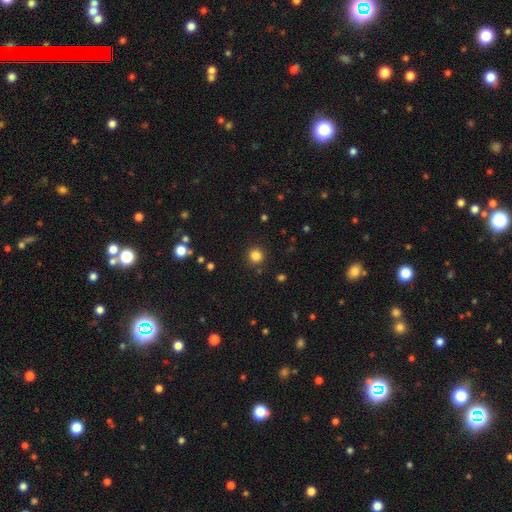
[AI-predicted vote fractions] The model was most divided on "smooth or featured": smooth: 83%, star or artifact: 13%, featured or disk: 4%. More confident: how rounded — round (93%); merging — none (90%).